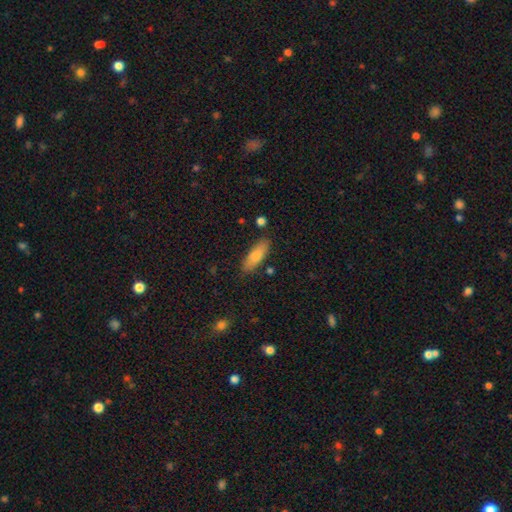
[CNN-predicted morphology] This is likely a smooth galaxy (79%). How rounded: possibly in between (59%). Merging: clearly none (83%).